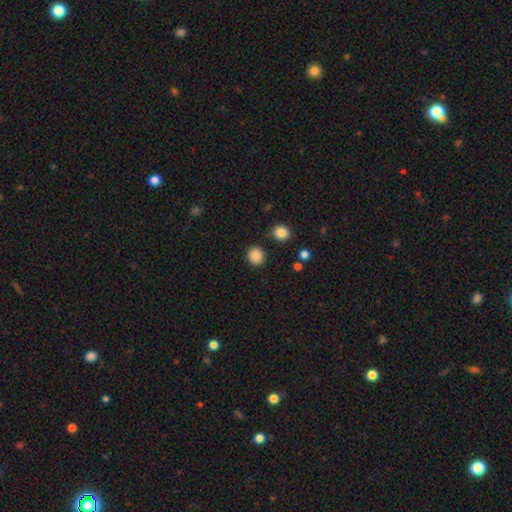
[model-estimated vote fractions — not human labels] Smooth or featured?
  - smooth: 87% *
  - star or artifact: 10%
  - featured or disk: 3%
How rounded?
  - round: 85% *
  - in between: 14%
  - cigar-shaped: 1%
Merging?
  - none: 86% *
  - minor disturbance: 8%
  - merger: 3%
  - major disturbance: 3%